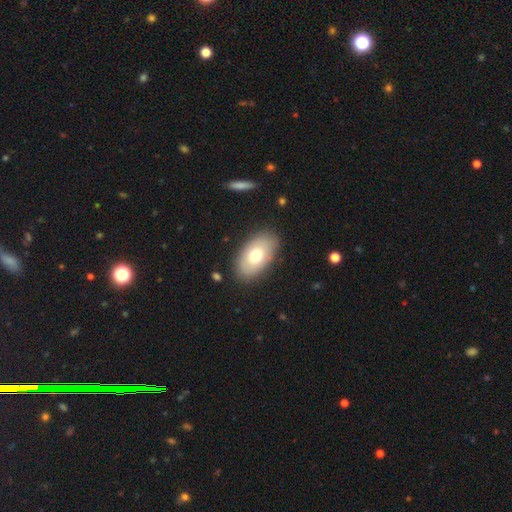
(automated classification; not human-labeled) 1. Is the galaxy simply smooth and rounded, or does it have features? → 71% smooth, 23% featured or disk, 7% star or artifact.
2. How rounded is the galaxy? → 94% in between, 5% round, 2% cigar-shaped.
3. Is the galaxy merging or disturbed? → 85% none, 10% minor disturbance, 3% major disturbance, 1% merger.